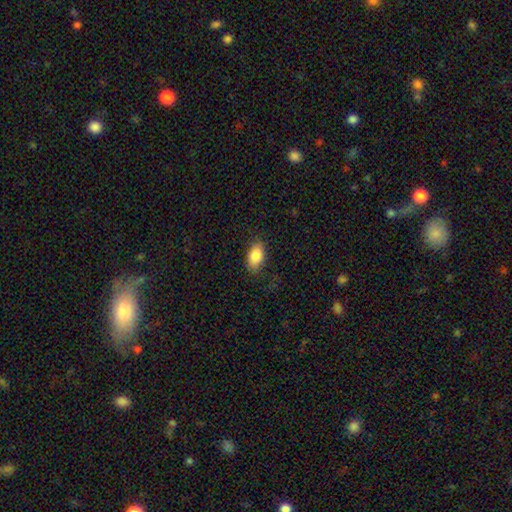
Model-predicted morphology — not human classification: Smooth or featured: smooth — 84% (featured or disk — 9%)
How rounded: in between — 89% (round — 7%)
Merging: none — 81% (minor disturbance — 14%)